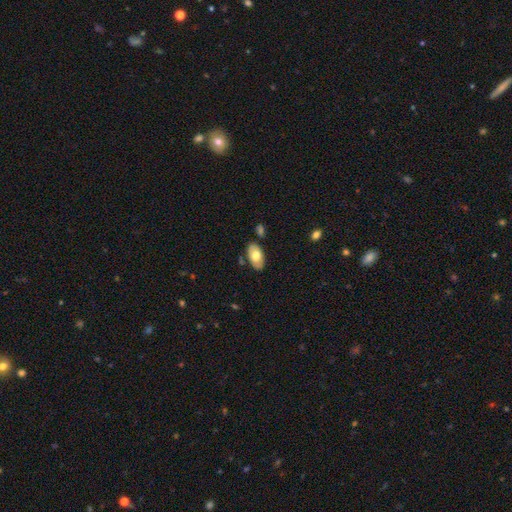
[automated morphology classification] smooth 66%, featured or disk 28%, star or artifact 6%. Down the decision tree: how rounded — in between (94%); merging — none (81%).